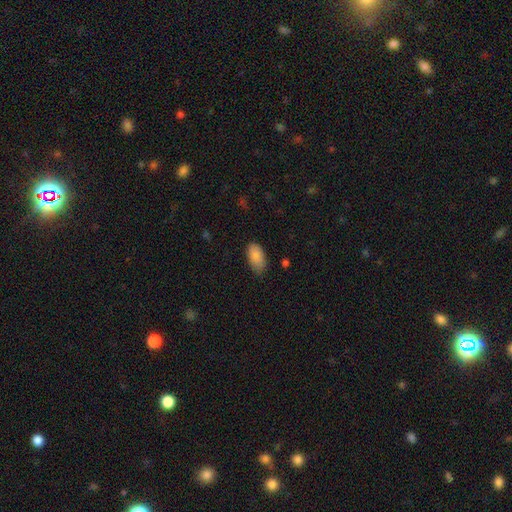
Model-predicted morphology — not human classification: smooth-or-featured: smooth: 86% | star or artifact: 7% | featured or disk: 7%
  how-rounded: in between: 93% | round: 4% | cigar-shaped: 3%
  merging: none: 73% | minor disturbance: 22% | major disturbance: 4% | merger: 1%